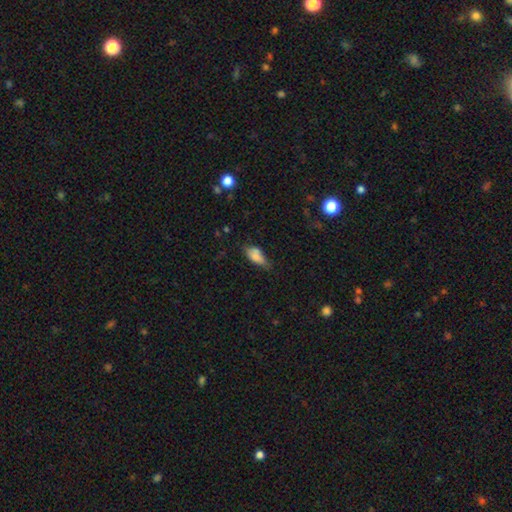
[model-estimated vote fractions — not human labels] A smooth galaxy with no disk features (76%) that is in between round and cigar-shaped (82%).

Vote fractions:
- Smooth or featured? smooth: 76% / featured or disk: 15% / star or artifact: 9%
- How rounded? in between: 82% / cigar-shaped: 14% / round: 4%
- Merging? none: 44% / minor disturbance: 37% / major disturbance: 13% / merger: 6%